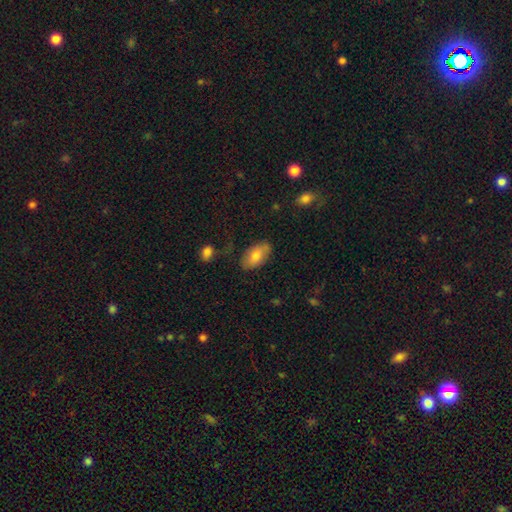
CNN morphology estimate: Overall: smooth (76%). How rounded: in between (94%). Merging: none (77%).